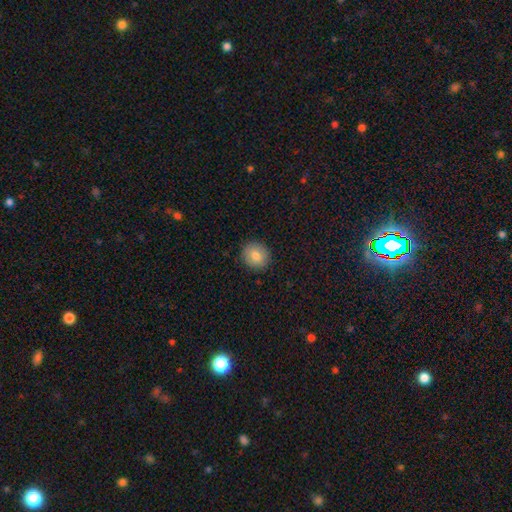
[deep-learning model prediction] smooth 81%, featured or disk 10%, star or artifact 8%. Down the decision tree: how rounded — round (87%); merging — none (90%).